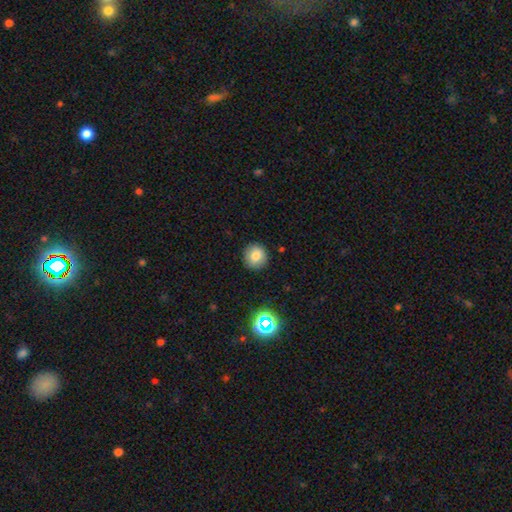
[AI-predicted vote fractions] Smooth or featured: smooth — 79% (star or artifact — 13%)
How rounded: round — 91% (in between — 8%)
Merging: none — 89% (minor disturbance — 8%)